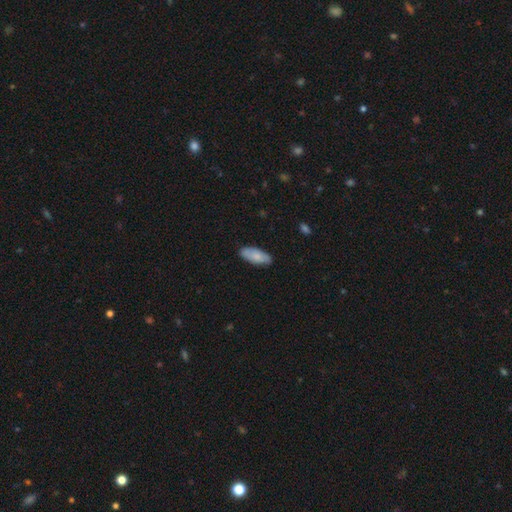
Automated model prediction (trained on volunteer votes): This appears to be a smooth galaxy with no disk features (77%) that is in between round and cigar-shaped (84%). Merging: none (80%).